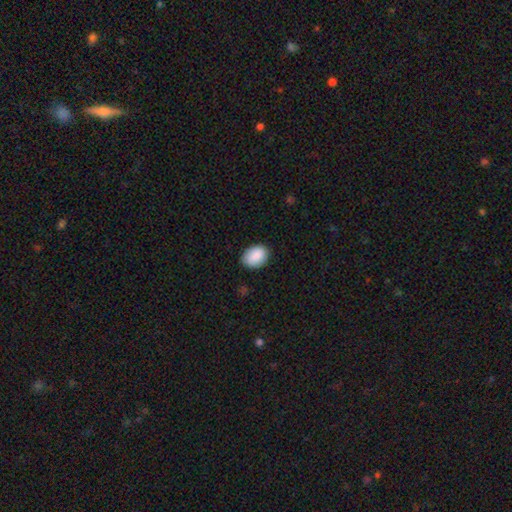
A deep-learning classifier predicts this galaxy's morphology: Smooth or featured? smooth (89%)
How rounded? in between (79%)
Merging? none (83%)